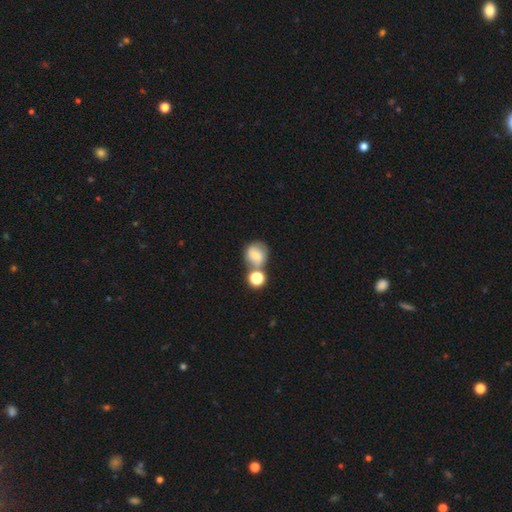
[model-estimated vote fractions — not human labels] A smooth galaxy with no disk features (69%) that is round (75%).

Vote fractions:
- Smooth or featured? smooth: 69% / featured or disk: 20% / star or artifact: 12%
- How rounded? round: 75% / in between: 24% / cigar-shaped: 1%
- Merging? none: 45% / merger: 35% / minor disturbance: 14% / major disturbance: 6%